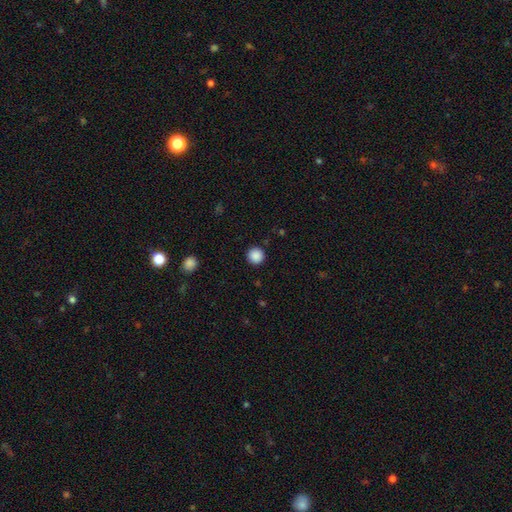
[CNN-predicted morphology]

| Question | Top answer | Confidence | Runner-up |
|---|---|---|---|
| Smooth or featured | smooth | 89% | star or artifact (9%) |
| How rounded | round | 95% | in between (4%) |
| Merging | none | 92% | minor disturbance (5%) |